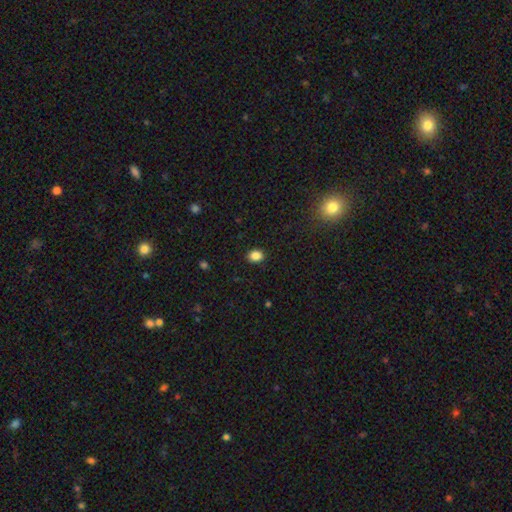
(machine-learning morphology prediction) Overall: smooth (86%). How rounded: round (50%, tied with in between). Merging: none (90%).